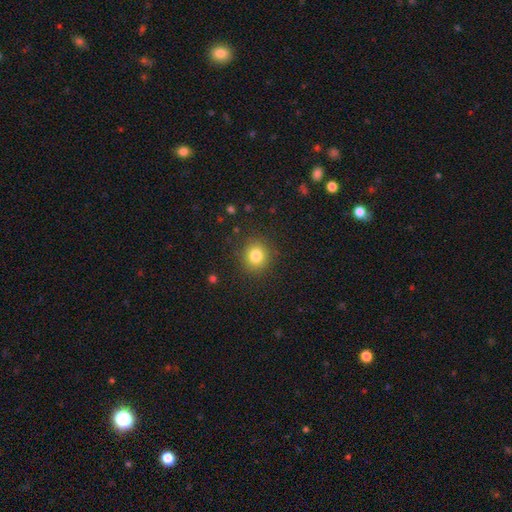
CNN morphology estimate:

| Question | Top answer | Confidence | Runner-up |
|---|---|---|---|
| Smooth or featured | smooth | 81% | star or artifact (12%) |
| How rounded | round | 88% | in between (11%) |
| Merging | none | 89% | minor disturbance (7%) |